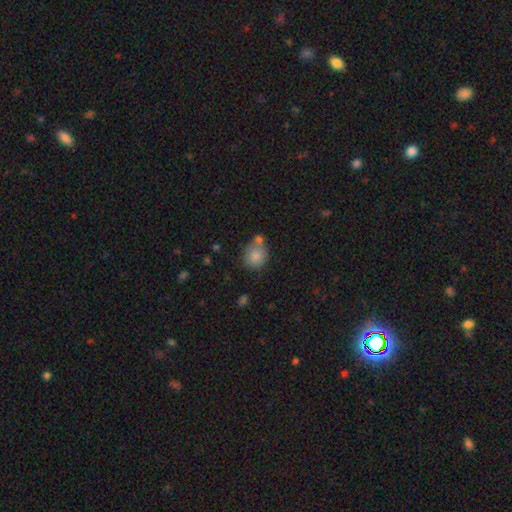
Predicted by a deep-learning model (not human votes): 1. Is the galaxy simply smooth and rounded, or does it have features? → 82% smooth, 9% star or artifact, 9% featured or disk.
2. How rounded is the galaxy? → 80% round, 19% in between, 1% cigar-shaped.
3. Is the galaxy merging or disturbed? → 55% none, 25% merger, 15% minor disturbance, 4% major disturbance.